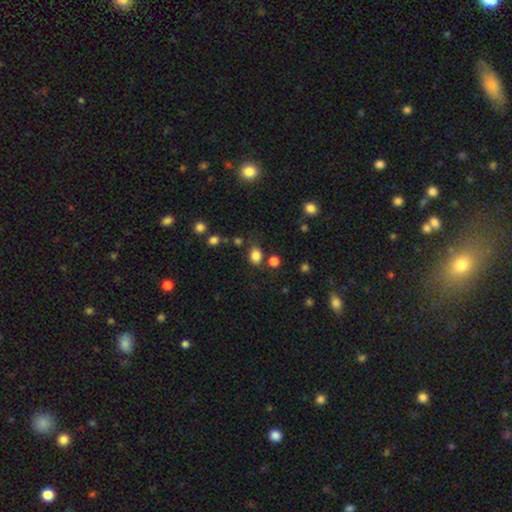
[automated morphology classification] Smooth or featured?
  - smooth: 82% *
  - star or artifact: 13%
  - featured or disk: 5%
How rounded?
  - in between: 55% *
  - round: 43%
  - cigar-shaped: 1%
Merging?
  - none: 73% *
  - minor disturbance: 14%
  - merger: 8%
  - major disturbance: 5%